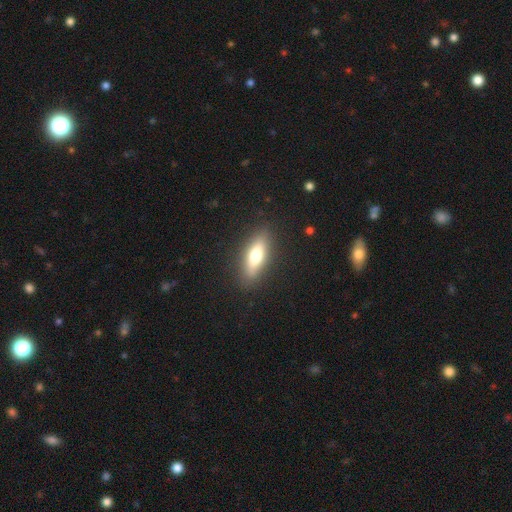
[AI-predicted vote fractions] A smooth galaxy with no disk features (65%) that is in between round and cigar-shaped (55%). Merging: none (87%).